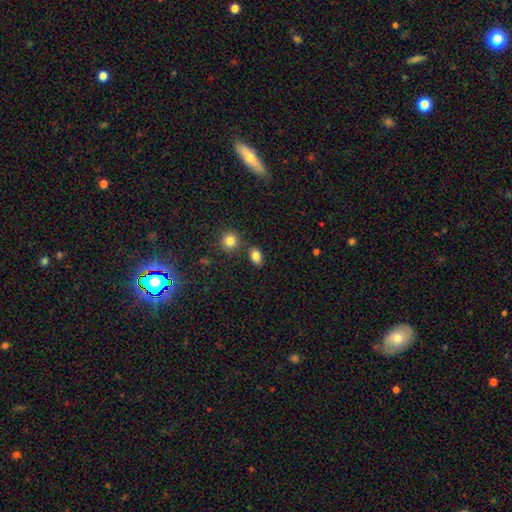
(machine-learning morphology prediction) Smooth or featured? smooth (82%)
How rounded? in between (80%)
Merging? none (78%)